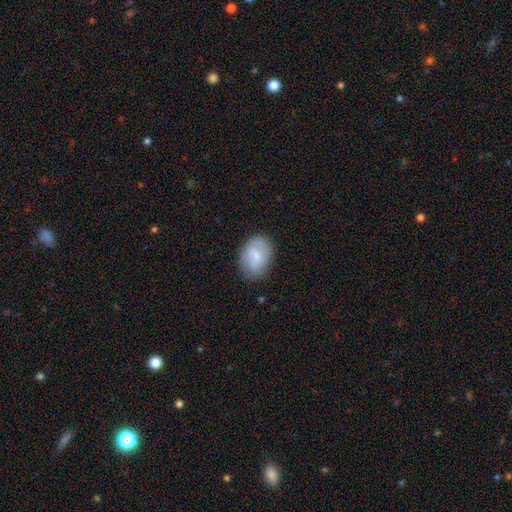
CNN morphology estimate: This appears to be a smooth galaxy with no disk features (67%) that is in between round and cigar-shaped (81%). Merging: none (75%).